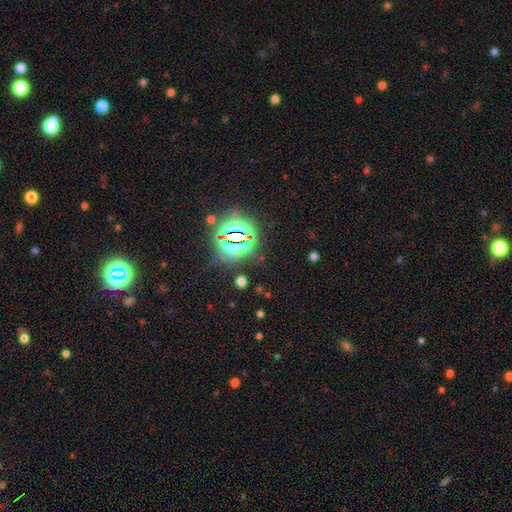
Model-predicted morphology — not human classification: This appears to be a star or artifact, not a galaxy (84%).